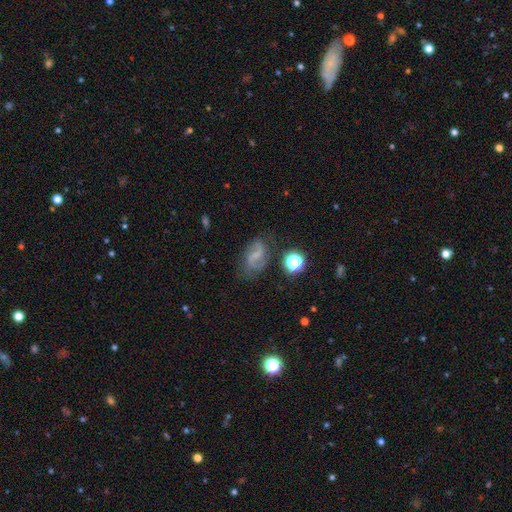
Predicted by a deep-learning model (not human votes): Smooth or featured? featured or disk (72%)
Edge-on disk? no (97%)
Bar? weak (50%)
Spiral arms? yes (92%)
Spiral winding? loose (47%)
Spiral arm count? 2 (87%)
Bulge size? none (42%)
Merging? none (71%)